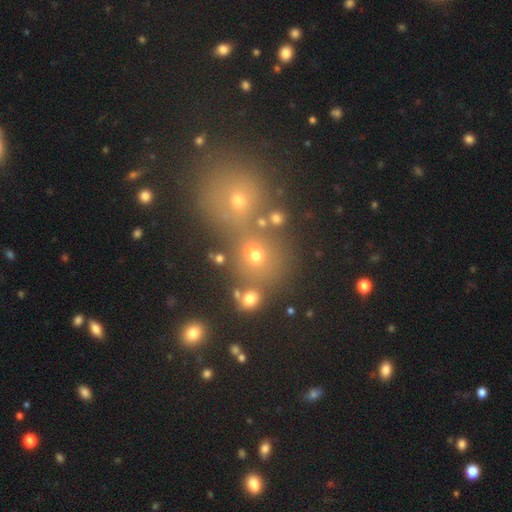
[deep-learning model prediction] Smooth or featured? smooth (54%)
How rounded? round (75%)
Merging? none (51%)